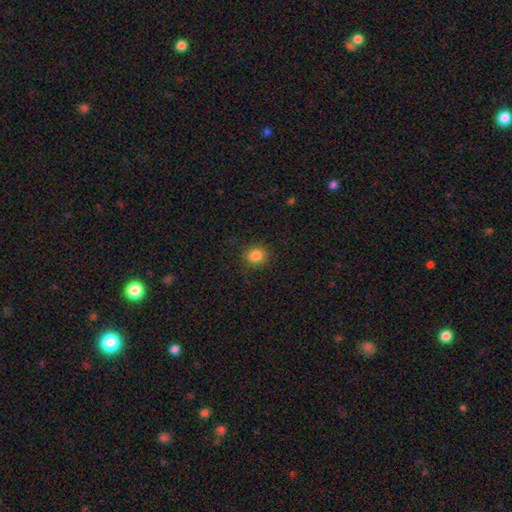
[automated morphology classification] This is clearly a smooth galaxy (85%). How rounded: likely round (73%). Merging: clearly none (89%).